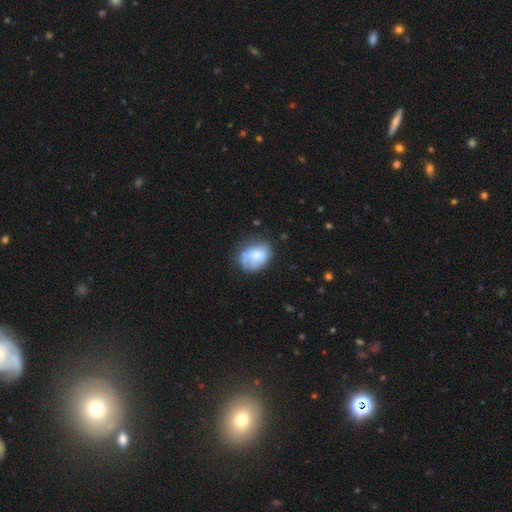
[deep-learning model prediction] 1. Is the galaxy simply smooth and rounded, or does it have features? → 64% smooth, 28% featured or disk, 8% star or artifact.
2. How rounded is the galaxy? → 63% in between, 36% round, 1% cigar-shaped.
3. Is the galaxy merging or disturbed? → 50% none, 30% minor disturbance, 16% major disturbance, 4% merger.